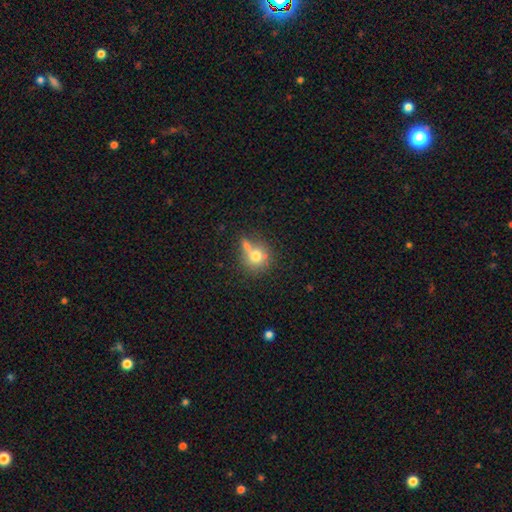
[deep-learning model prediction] Q: Smooth or featured?
A: smooth (73%); runner-up: featured or disk (15%)
Q: How rounded?
A: round (83%); runner-up: in between (16%)
Q: Merging?
A: none (48%); runner-up: merger (29%)